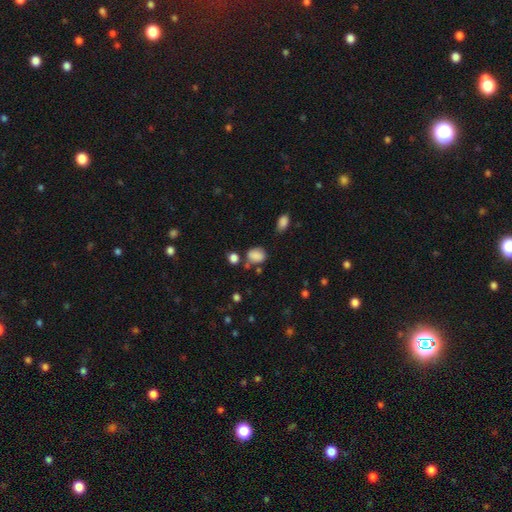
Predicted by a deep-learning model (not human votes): Smooth or featured? Predicted: smooth (p=0.83). How rounded? Predicted: in between (p=0.58). Merging? Predicted: none (p=0.60).